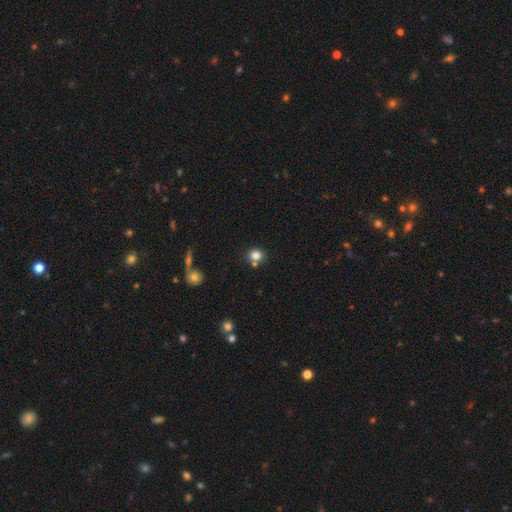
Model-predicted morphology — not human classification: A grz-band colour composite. It shows a smooth galaxy with no disk features (81%) that is round (77%). Merging: none (67%).